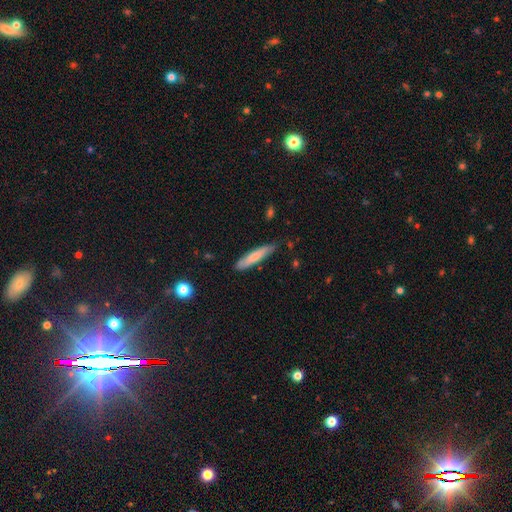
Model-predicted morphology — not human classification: Smooth or featured? smooth (69%)
How rounded? cigar-shaped (89%)
Merging? none (81%)